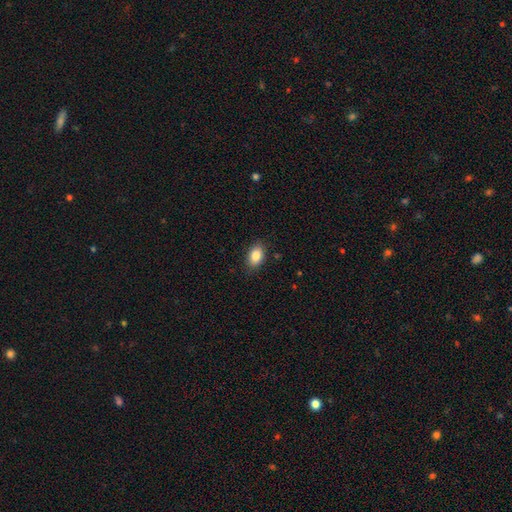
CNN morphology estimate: The model was most divided on "merging": none: 86%, minor disturbance: 11%, major disturbance: 2%, merger: 1%. More confident: how rounded — in between (88%); smooth or featured — smooth (85%).